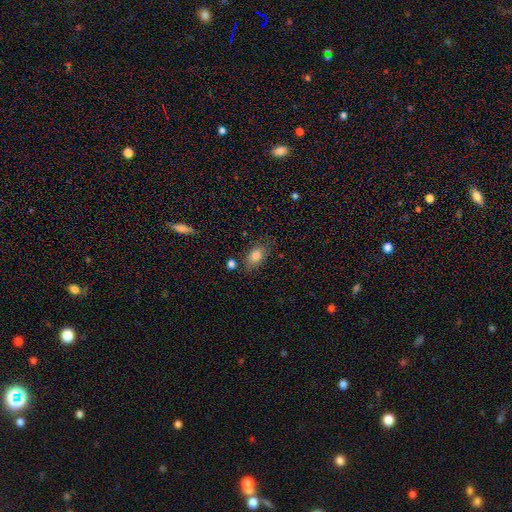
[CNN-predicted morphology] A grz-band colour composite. It shows a smooth galaxy with no disk features (81%) that is in between round and cigar-shaped (84%). Merging: none (72%).